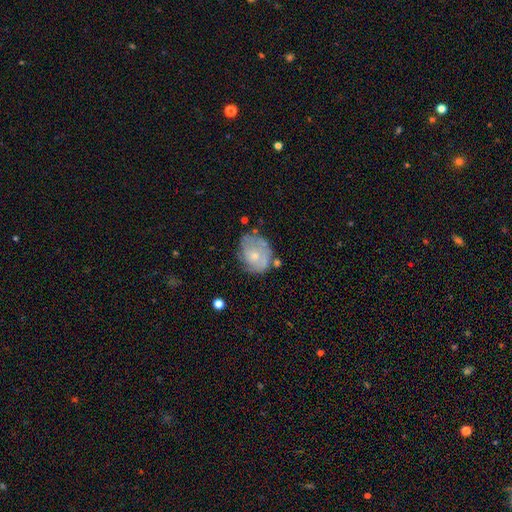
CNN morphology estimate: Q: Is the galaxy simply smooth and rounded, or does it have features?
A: featured or disk — 51%.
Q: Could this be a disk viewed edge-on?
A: no — 97%.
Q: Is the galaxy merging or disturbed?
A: none — 54%.